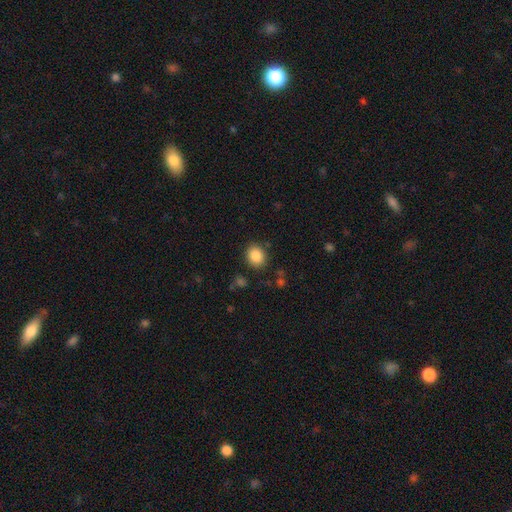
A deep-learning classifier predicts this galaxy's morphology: This is clearly a smooth galaxy (86%). How rounded: likely round (67%). Merging: clearly none (85%).